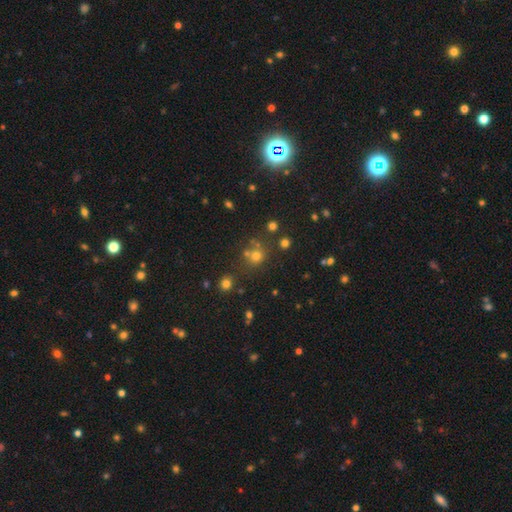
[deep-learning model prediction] Q: Smooth or featured?
A: smooth (57%); runner-up: star or artifact (33%)
Q: How rounded?
A: round (86%); runner-up: in between (13%)
Q: Merging?
A: none (66%); runner-up: merger (20%)